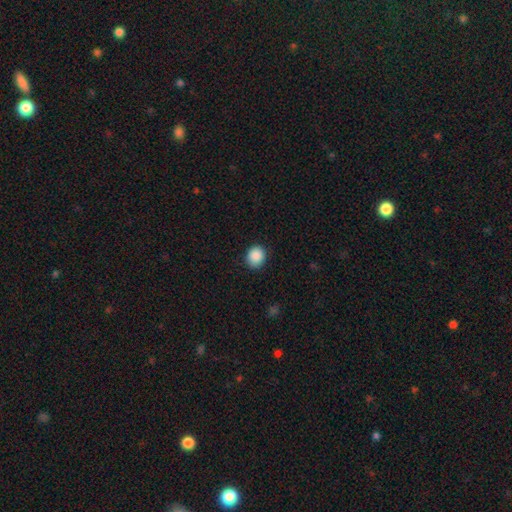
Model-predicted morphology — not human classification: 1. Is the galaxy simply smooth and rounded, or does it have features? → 89% smooth, 8% star or artifact, 3% featured or disk.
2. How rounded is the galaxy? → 74% round, 25% in between, 1% cigar-shaped.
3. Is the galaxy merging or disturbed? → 85% none, 11% minor disturbance, 2% major disturbance, 1% merger.